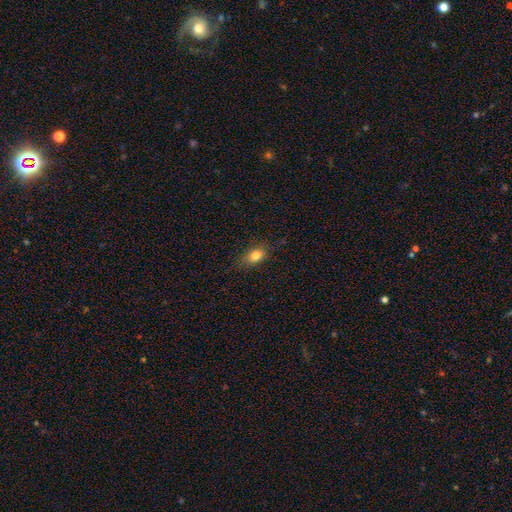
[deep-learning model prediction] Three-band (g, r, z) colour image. It shows a smooth galaxy with no disk features (80%) that is in between round and cigar-shaped (80%). Merging: none (79%).